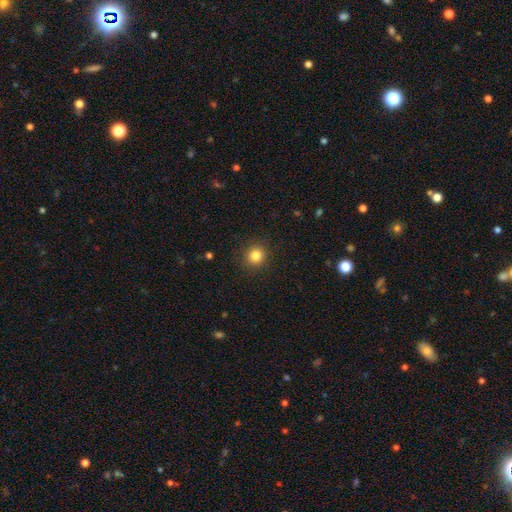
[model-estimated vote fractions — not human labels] Morphology: type=smooth (83%); roundness=round (92%); merging=none (91%).